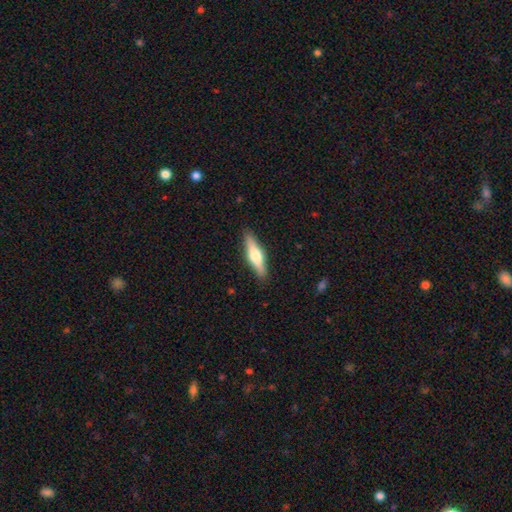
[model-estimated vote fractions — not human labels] A featured or disk galaxy (49%). Merging: none (89%).